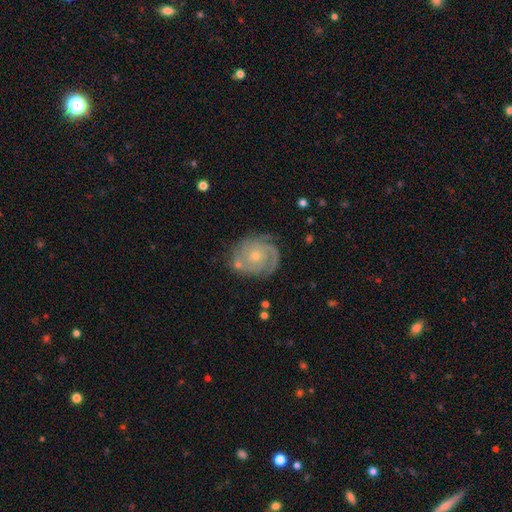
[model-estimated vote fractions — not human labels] This is clearly a featured or disk galaxy (87%). It is clearly not viewed edge-on (98%). Bar: likely no (79%). Spiral arm pattern: clearly yes (97%). Spiral arm count: marginally 3 (35%). Spiral winding: likely tight (71%). Central bulge: likely small (63%). Merging: likely none (75%).